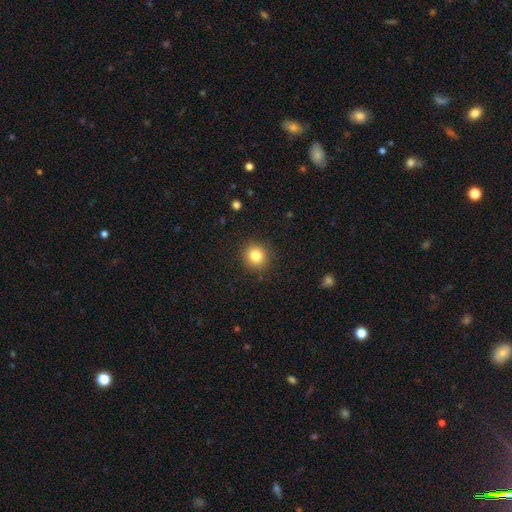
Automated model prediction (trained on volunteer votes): This is clearly a smooth galaxy (83%). How rounded: clearly round (89%). Merging: clearly none (90%).